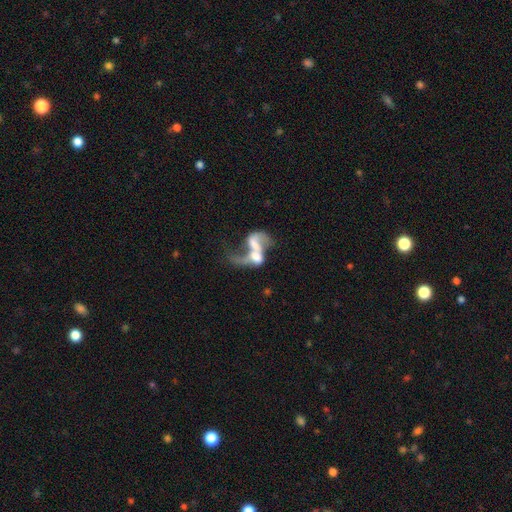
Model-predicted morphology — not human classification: A featured or disk galaxy (65%) with no bar (50%), spiral arms (64%) and no central bulge (31%). Merging: merger (64%).